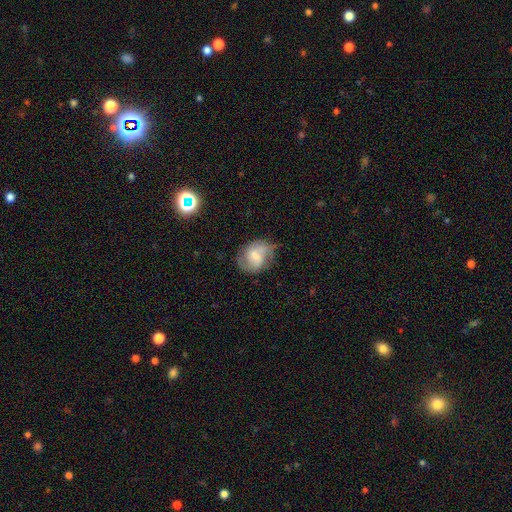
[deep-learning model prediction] Smooth or featured?
  - featured or disk: 61% *
  - smooth: 31%
  - star or artifact: 8%
Edge-on disk?
  - no: 97% *
  - yes: 3%
Bar?
  - weak: 55% *
  - no: 27%
  - strong: 18%
Spiral arms?
  - yes: 88% *
  - no: 12%
Spiral winding?
  - medium: 49% *
  - tight: 26%
  - loose: 25%
Spiral arm count?
  - 2: 82% *
  - can't tell: 10%
  - 1: 4%
  - 3: 2%
  - 4: 1%
  - more than 4: 1%
Bulge size?
  - small: 43% *
  - moderate: 36%
  - none: 13%
  - large: 6%
  - dominant: 1%
Merging?
  - none: 64% *
  - minor disturbance: 24%
  - major disturbance: 10%
  - merger: 2%